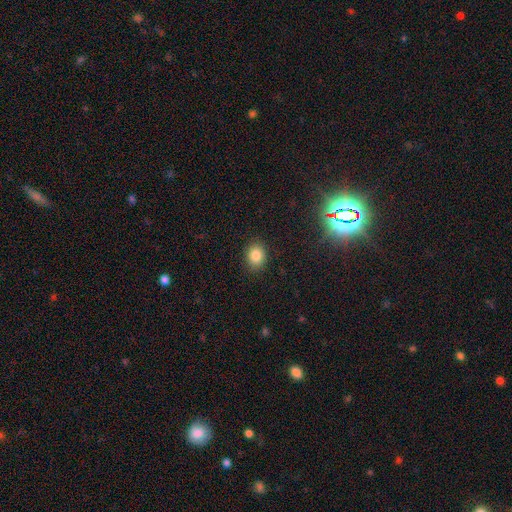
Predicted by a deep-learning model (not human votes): Morphology: type=smooth (83%); roundness=in between (50%); merging=none (88%).